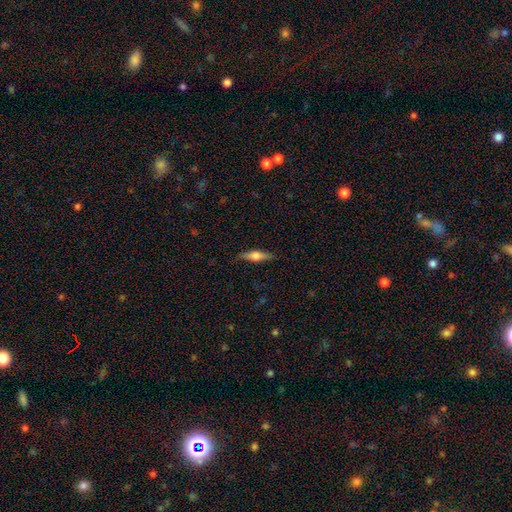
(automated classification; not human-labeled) This is possibly a smooth galaxy (48%). Merging: clearly none (86%).